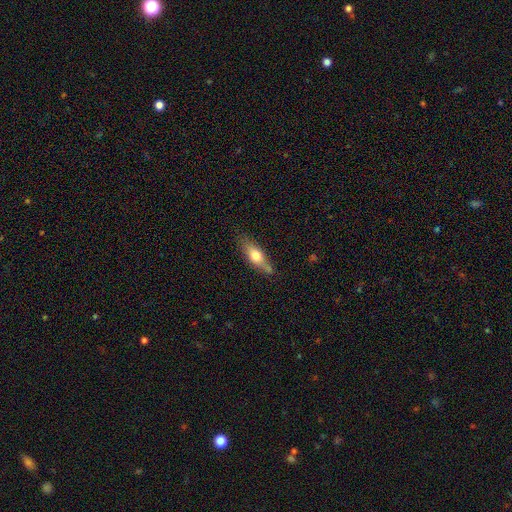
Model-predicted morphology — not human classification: Smooth or featured?
  - smooth: 61% *
  - featured or disk: 32%
  - star or artifact: 6%
How rounded?
  - in between: 56% *
  - cigar-shaped: 41%
  - round: 3%
Merging?
  - none: 68% *
  - minor disturbance: 22%
  - major disturbance: 5%
  - merger: 5%